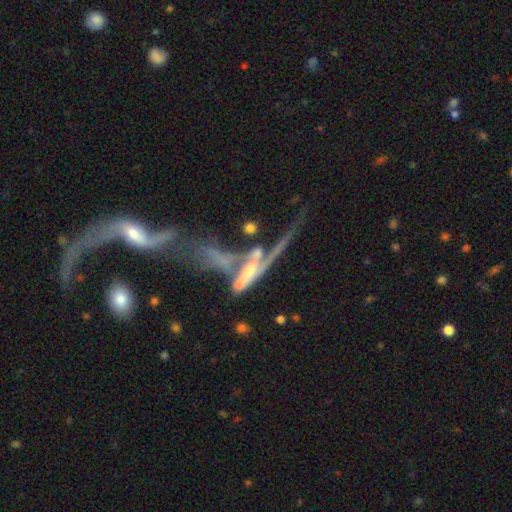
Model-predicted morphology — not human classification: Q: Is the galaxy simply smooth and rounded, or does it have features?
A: featured or disk — 69%.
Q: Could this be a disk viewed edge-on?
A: no — 53%.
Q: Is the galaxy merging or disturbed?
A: merger — 44%.